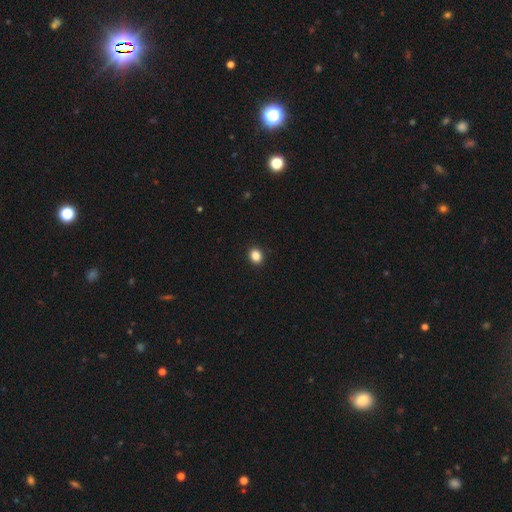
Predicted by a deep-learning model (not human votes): Smooth or featured? smooth (86%)
How rounded? round (69%)
Merging? none (92%)